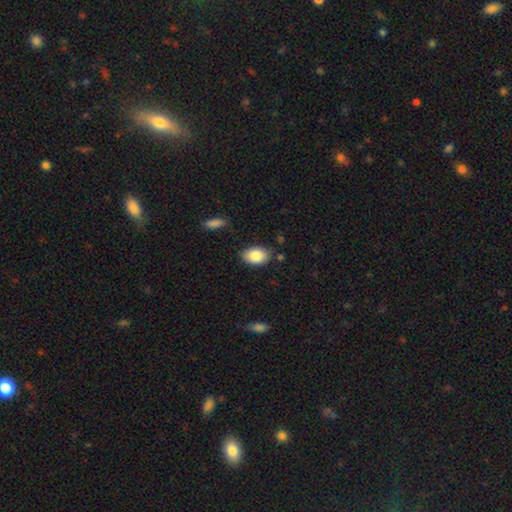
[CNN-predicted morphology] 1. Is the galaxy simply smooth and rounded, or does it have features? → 86% smooth, 7% star or artifact, 7% featured or disk.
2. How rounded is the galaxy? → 88% in between, 11% round, 1% cigar-shaped.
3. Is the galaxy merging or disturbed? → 80% none, 14% minor disturbance, 3% major disturbance, 3% merger.